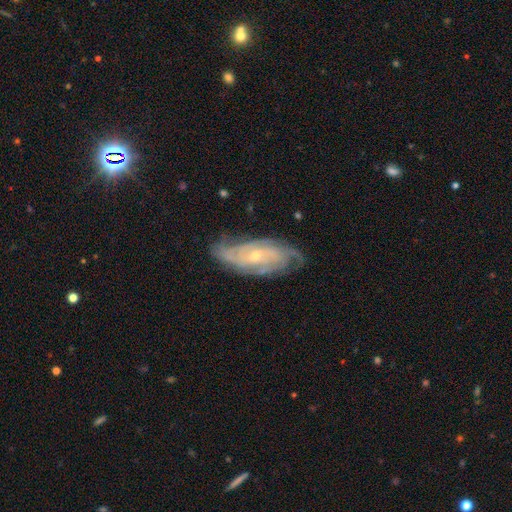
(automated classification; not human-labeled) Smooth or featured? Predicted: featured or disk (p=0.84). Edge-on disk? Predicted: no (p=0.92). Bar? Predicted: no (p=0.58). Spiral arms? Predicted: yes (p=0.96). Spiral winding? Predicted: tight (p=0.59). Spiral arm count? Predicted: can't tell (p=0.30). Bulge size? Predicted: small (p=0.68). Merging? Predicted: none (p=0.74).